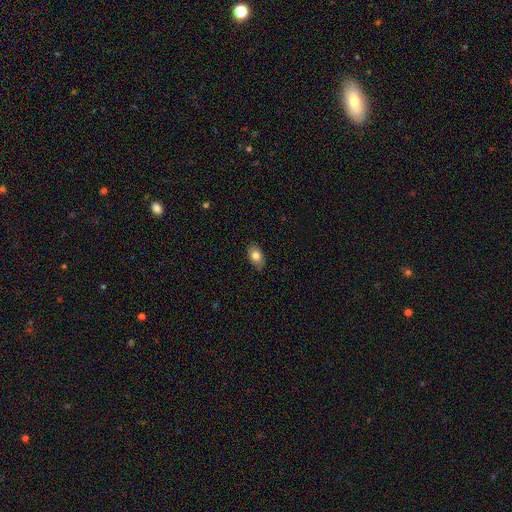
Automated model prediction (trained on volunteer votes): Smooth or featured?
  - smooth: 79% *
  - featured or disk: 13%
  - star or artifact: 8%
How rounded?
  - in between: 86% *
  - round: 12%
  - cigar-shaped: 1%
Merging?
  - none: 84% *
  - minor disturbance: 13%
  - major disturbance: 2%
  - merger: 1%